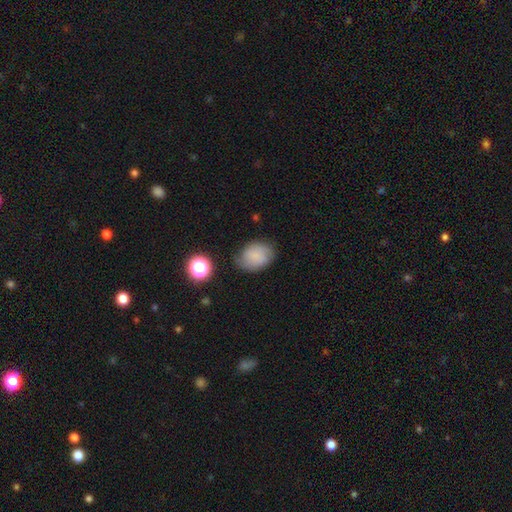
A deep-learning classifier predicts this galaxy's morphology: Smooth or featured? Predicted: smooth (p=0.75). How rounded? Predicted: in between (p=0.67). Merging? Predicted: none (p=0.69).